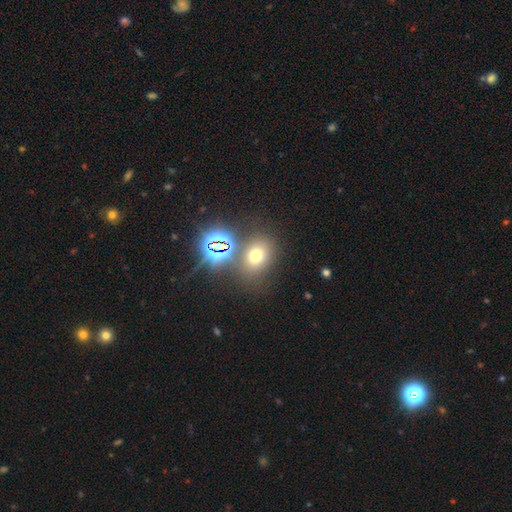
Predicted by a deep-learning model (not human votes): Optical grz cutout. It shows a smooth galaxy with no disk features (61%) that is round (51%). Merging: none (72%).